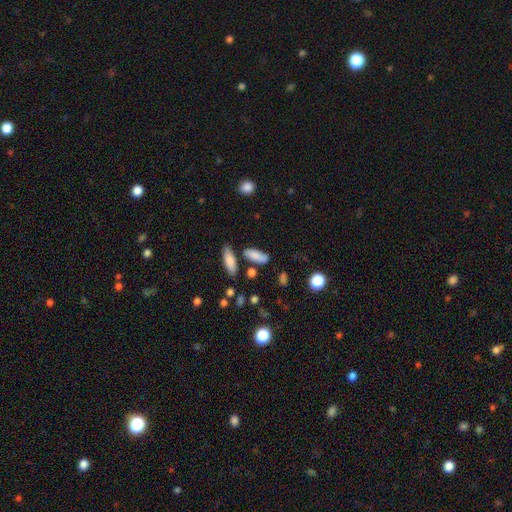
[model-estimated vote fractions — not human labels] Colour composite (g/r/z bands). It shows a smooth galaxy with no disk features (81%) that is in between round and cigar-shaped (66%). Merging: none (68%).